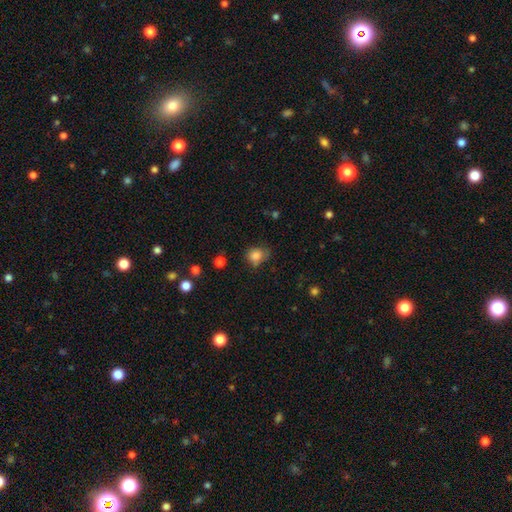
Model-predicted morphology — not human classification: type=smooth (81%); roundness=round (57%); merging=none (53%).